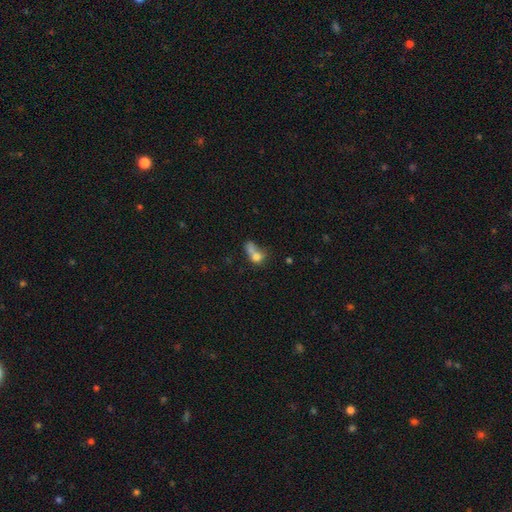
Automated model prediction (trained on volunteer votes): A smooth galaxy with no disk features (70%) that is in between round and cigar-shaped (50%). Merging: merger (56%).